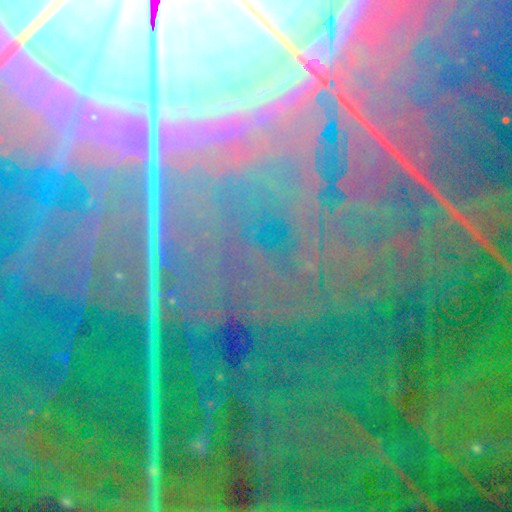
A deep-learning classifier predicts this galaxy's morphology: smooth_or_featured: star or artifact (p=0.86) [alt: featured or disk p=0.08]